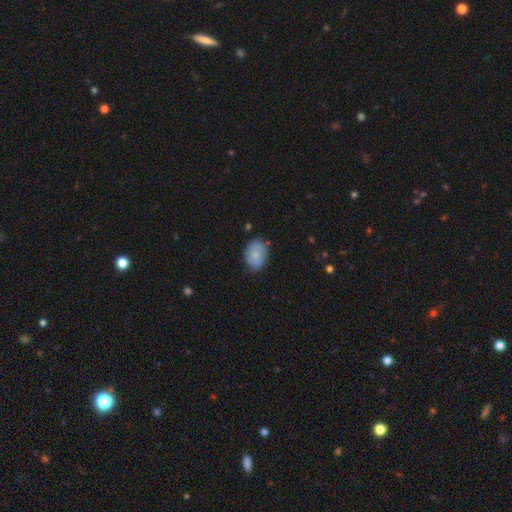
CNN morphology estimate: Smooth or featured: smooth — 78% (featured or disk — 15%)
How rounded: in between — 65% (round — 34%)
Merging: none — 72% (minor disturbance — 22%)